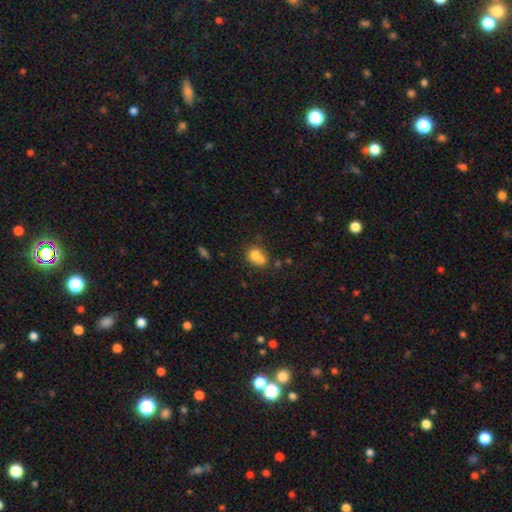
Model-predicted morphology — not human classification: Smooth or featured? Predicted: smooth (p=0.71). How rounded? Predicted: round (p=0.66). Merging? Predicted: merger (p=0.56).